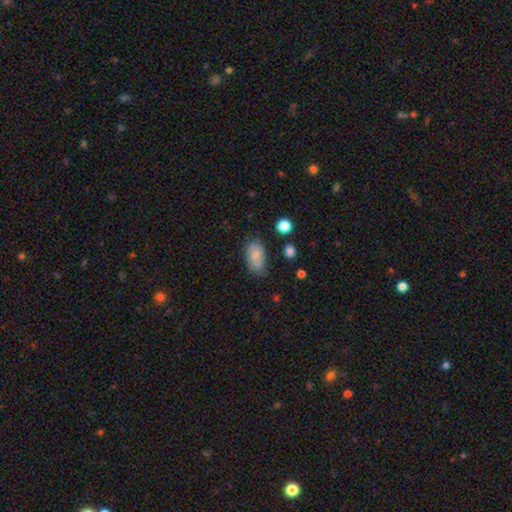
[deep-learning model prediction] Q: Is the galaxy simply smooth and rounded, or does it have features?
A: smooth — 74%.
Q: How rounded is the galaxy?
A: in between — 92%.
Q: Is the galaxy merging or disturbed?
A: none — 68%.